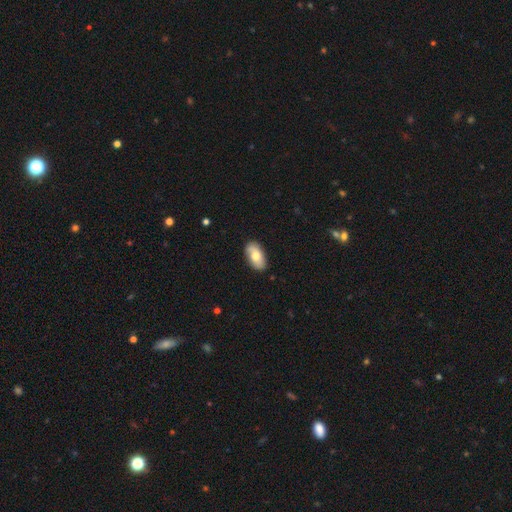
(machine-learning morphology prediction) A smooth galaxy with no disk features (67%) that is in between round and cigar-shaped (93%). Merging: none (84%).